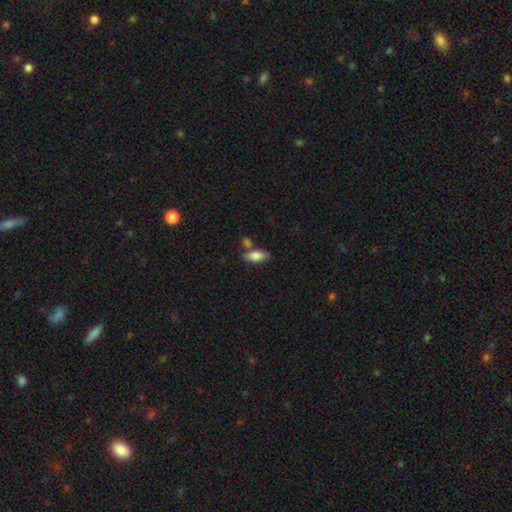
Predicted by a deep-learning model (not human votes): This is clearly a smooth galaxy (81%). How rounded: clearly in between (83%). Merging: likely none (66%).